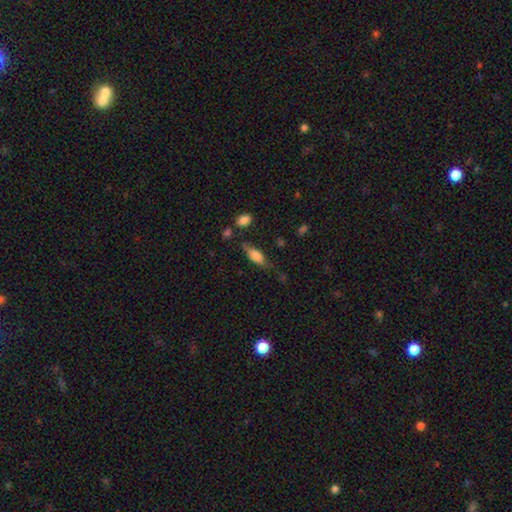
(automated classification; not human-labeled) smooth 75%, featured or disk 18%, star or artifact 8%. Down the decision tree: how rounded — in between (77%); merging — none (57%).